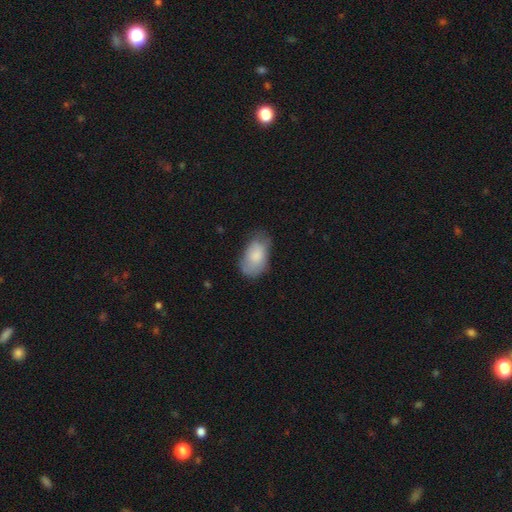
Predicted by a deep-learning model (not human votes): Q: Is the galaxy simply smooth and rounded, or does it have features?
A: smooth — 80%.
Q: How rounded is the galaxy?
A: in between — 92%.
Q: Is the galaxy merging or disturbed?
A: none — 52%.